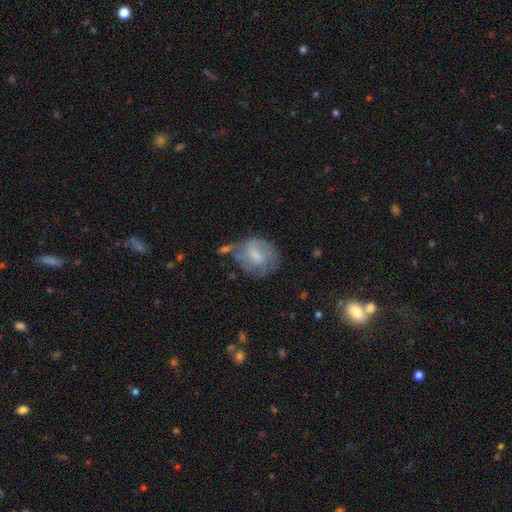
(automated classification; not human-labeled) This appears to be a smooth galaxy with no disk features (51%) that is in between round and cigar-shaped (52%). Merging: none (41%).